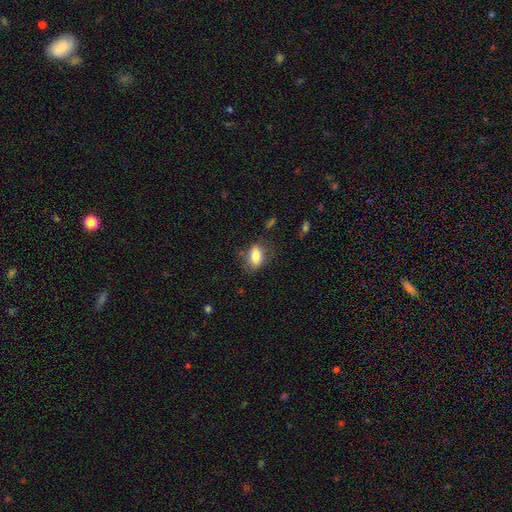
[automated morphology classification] Smooth or featured? Predicted: smooth (p=0.80). How rounded? Predicted: in between (p=0.85). Merging? Predicted: none (p=0.70).